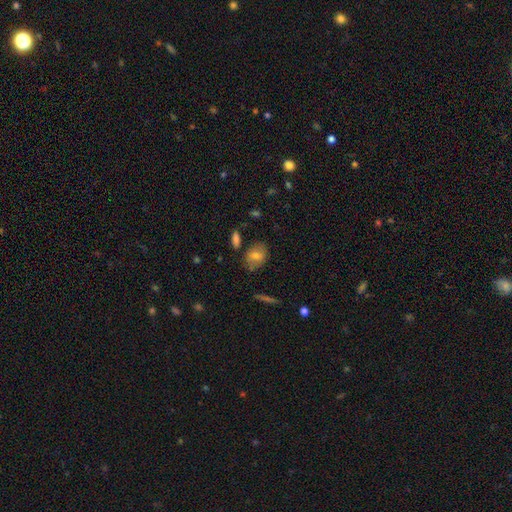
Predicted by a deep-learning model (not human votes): A smooth galaxy with no disk features (69%) that is in between round and cigar-shaped (71%). Merging: none (72%).